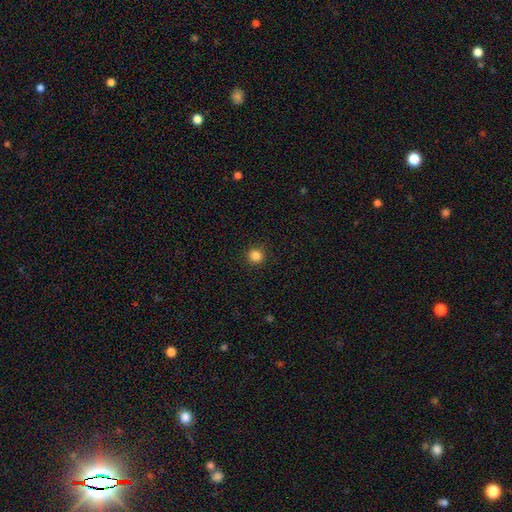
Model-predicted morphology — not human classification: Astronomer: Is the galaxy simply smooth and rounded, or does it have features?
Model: smooth — 84%.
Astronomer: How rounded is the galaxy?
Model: round — 93%.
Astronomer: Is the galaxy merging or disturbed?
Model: none — 92%.